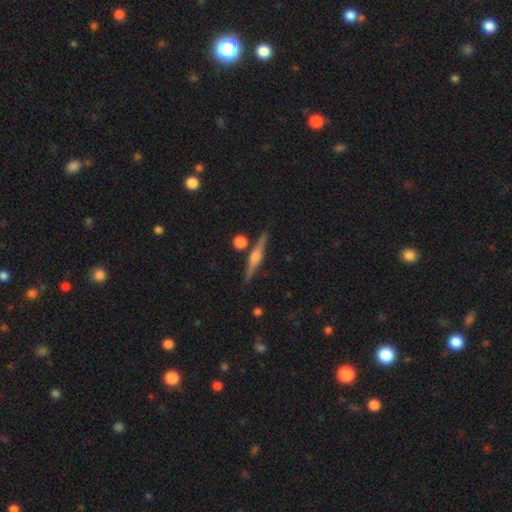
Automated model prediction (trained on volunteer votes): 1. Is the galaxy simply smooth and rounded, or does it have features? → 80% featured or disk, 14% smooth, 7% star or artifact.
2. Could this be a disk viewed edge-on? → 98% yes, 2% no.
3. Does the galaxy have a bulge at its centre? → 86% rounded, 8% boxy, 6% none.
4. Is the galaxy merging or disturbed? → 88% none, 7% minor disturbance, 4% merger, 2% major disturbance.